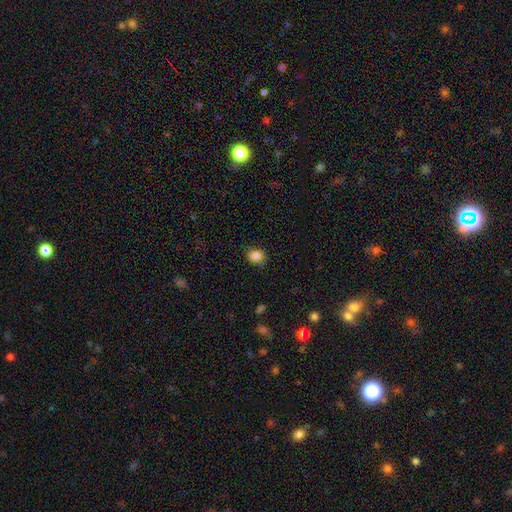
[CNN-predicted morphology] type=smooth (85%); roundness=in between (51%); merging=none (74%).